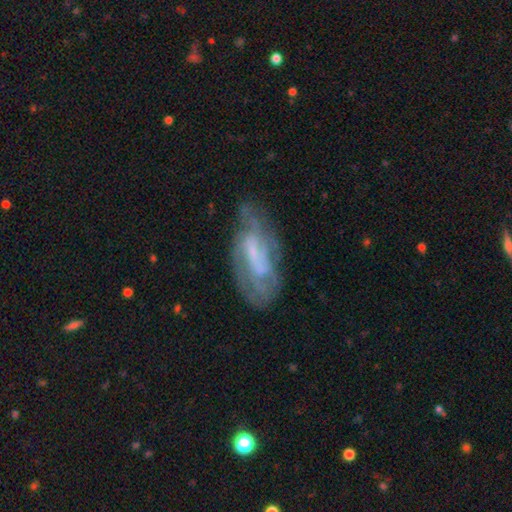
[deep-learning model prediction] This is likely a featured or disk galaxy (72%). It is clearly not viewed edge-on (92%). Bar: marginally weak (44%). Spiral arm pattern: likely yes (77%). Spiral arm count: marginally can't tell (45%). Spiral winding: marginally tight (43%). Central bulge: marginally small (44%). Merging: possibly none (58%).